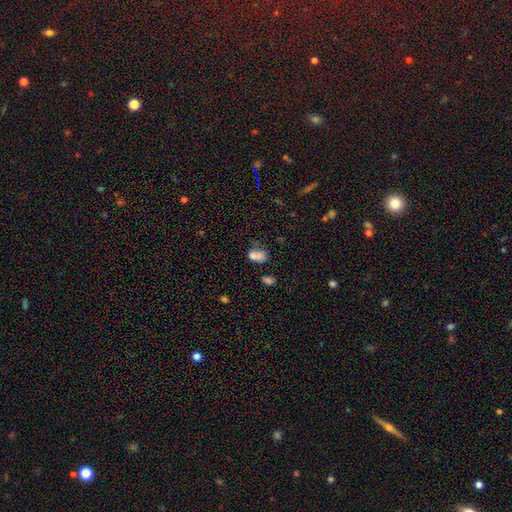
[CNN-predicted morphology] This is likely a smooth galaxy (73%). How rounded: likely in between (76%). Merging: marginally none (35%).